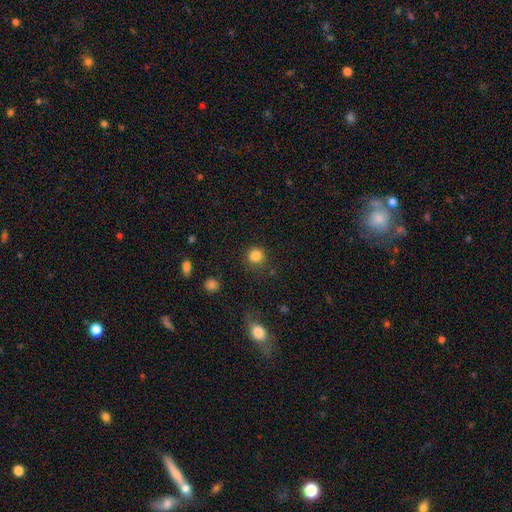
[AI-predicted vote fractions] Smooth or featured: smooth — 84% (star or artifact — 12%)
How rounded: round — 91% (in between — 8%)
Merging: none — 85% (minor disturbance — 9%)